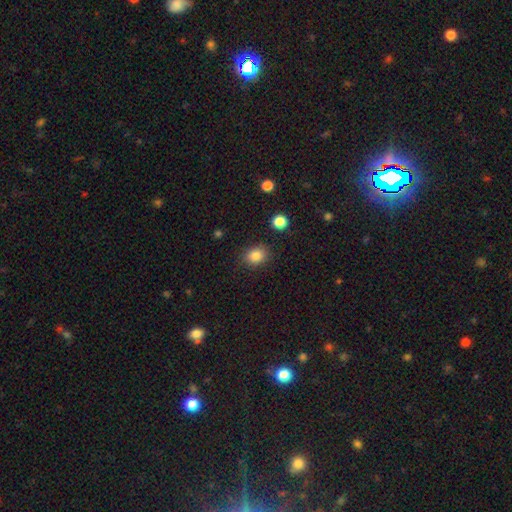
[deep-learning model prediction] Smooth or featured: smooth — 84% (star or artifact — 10%)
How rounded: in between — 52% (round — 48%)
Merging: none — 85% (minor disturbance — 11%)